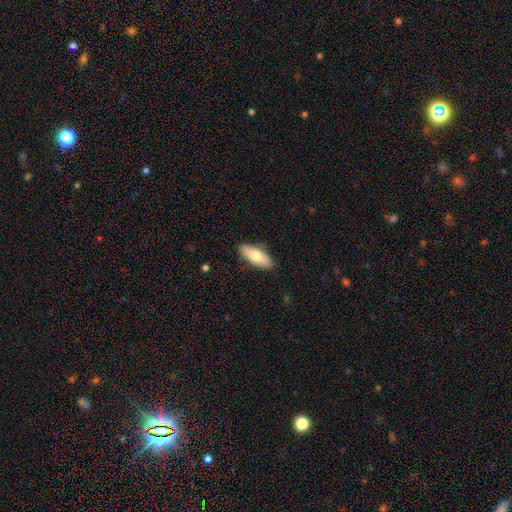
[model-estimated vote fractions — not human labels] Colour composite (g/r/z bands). It shows a smooth galaxy with no disk features (73%) that is in between round and cigar-shaped (81%). Merging: none (87%).